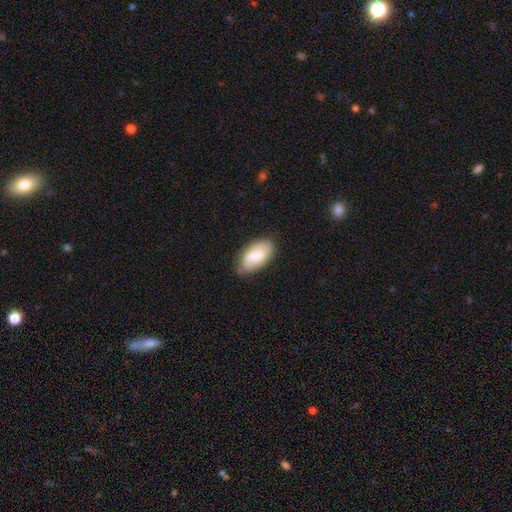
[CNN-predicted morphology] Smooth or featured? smooth (71%)
How rounded? in between (95%)
Merging? none (71%)